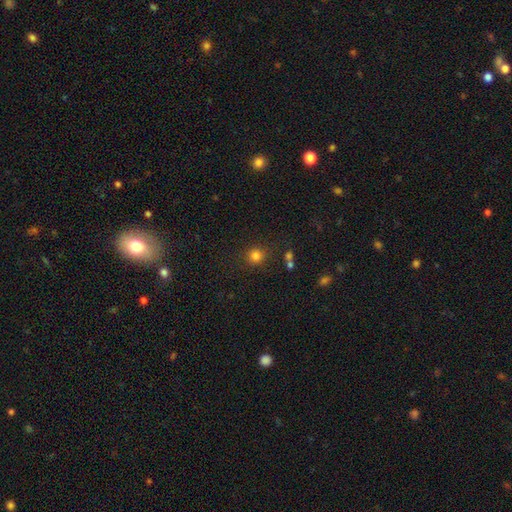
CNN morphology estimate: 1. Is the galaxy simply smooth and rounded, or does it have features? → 81% smooth, 14% star or artifact, 5% featured or disk.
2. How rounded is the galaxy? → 89% round, 10% in between, 1% cigar-shaped.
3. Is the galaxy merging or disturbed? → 83% none, 9% minor disturbance, 4% merger, 4% major disturbance.